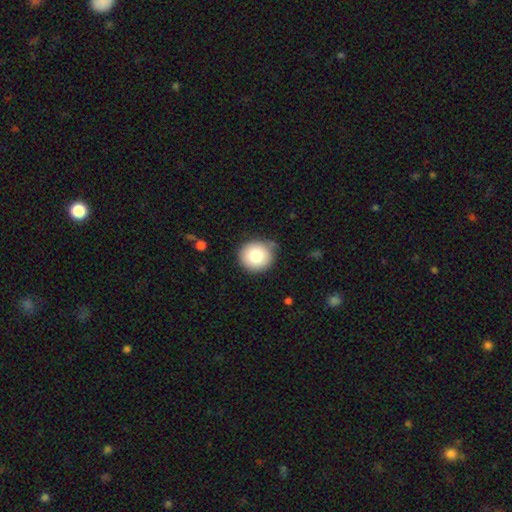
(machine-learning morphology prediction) A smooth galaxy with no disk features (79%) that is round (92%). Merging: none (78%).